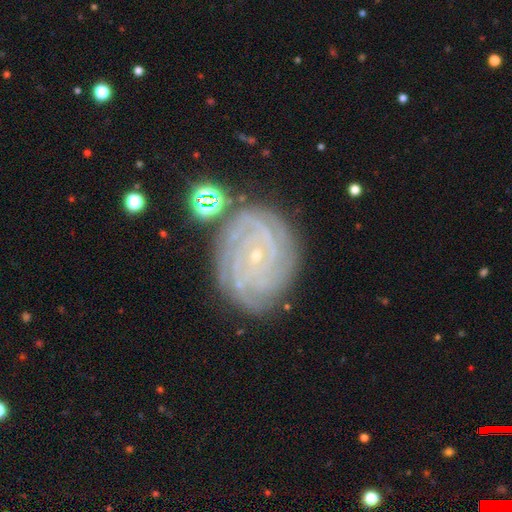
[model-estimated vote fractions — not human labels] A featured or disk galaxy (87%) with no bar (73%), 4 (28%) tight (84%) spiral arms (98%) and a small central bulge (88%). Merging: none (78%).